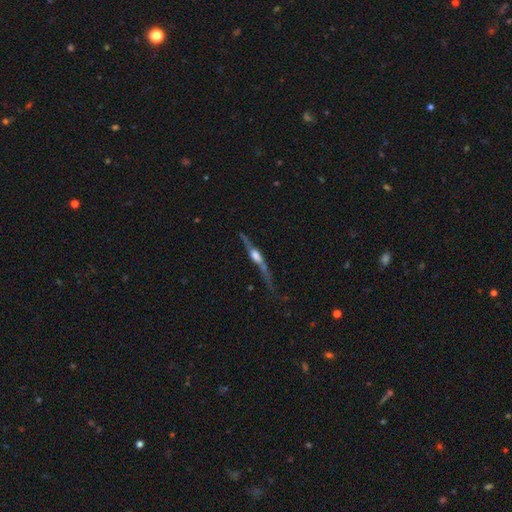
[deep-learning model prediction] Smooth or featured: featured or disk — 75% (smooth — 18%)
Edge-on disk: yes — 92% (no — 8%)
Edge-on bulge: rounded — 74% (boxy — 20%)
Merging: none — 56% (minor disturbance — 23%)